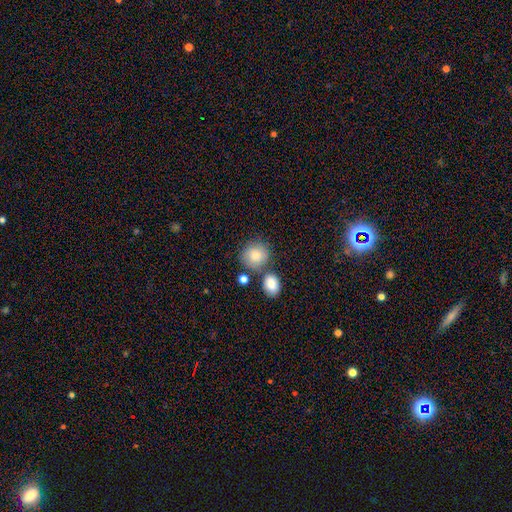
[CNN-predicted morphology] smooth 83%, featured or disk 9%, star or artifact 8%. Down the decision tree: how rounded — round (82%); merging — none (64%).